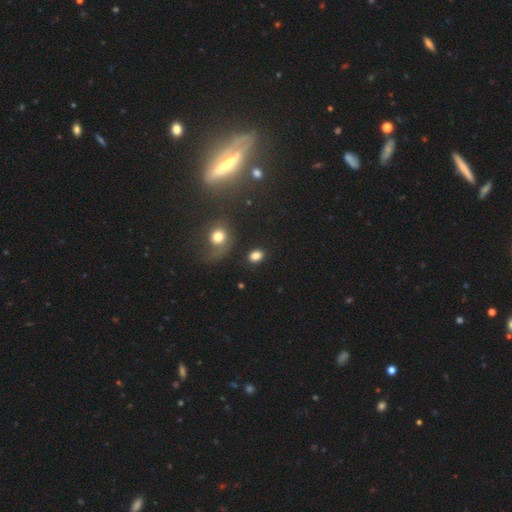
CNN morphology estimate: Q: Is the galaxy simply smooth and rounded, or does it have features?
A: smooth — 82%.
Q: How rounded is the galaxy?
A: in between — 68%.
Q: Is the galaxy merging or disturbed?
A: none — 82%.